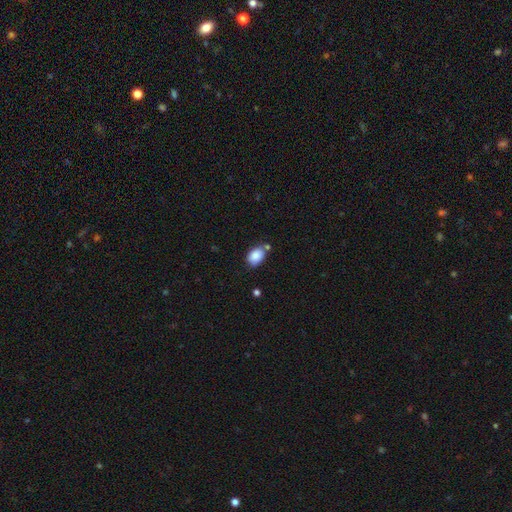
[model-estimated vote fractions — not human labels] Smooth or featured?
  - smooth: 86% *
  - star or artifact: 8%
  - featured or disk: 7%
How rounded?
  - in between: 83% *
  - round: 16%
  - cigar-shaped: 1%
Merging?
  - none: 59% *
  - minor disturbance: 23%
  - merger: 13%
  - major disturbance: 5%